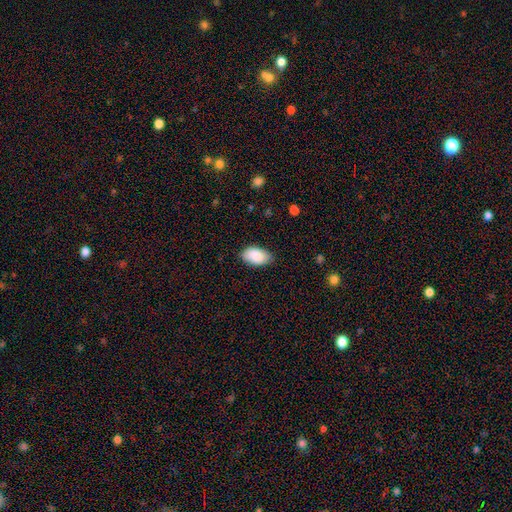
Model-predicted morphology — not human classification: Overall: smooth (88%). How rounded: in between (95%). Merging: none (80%).